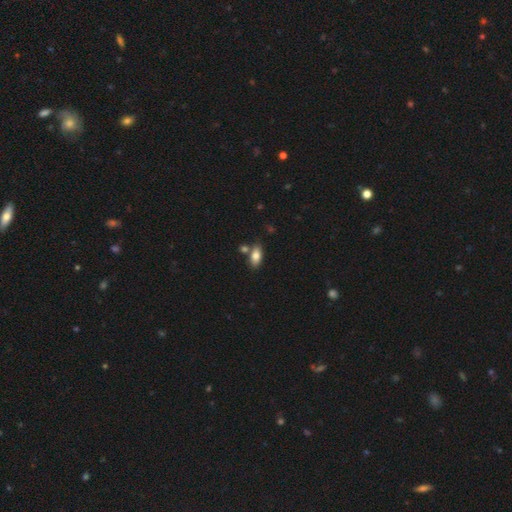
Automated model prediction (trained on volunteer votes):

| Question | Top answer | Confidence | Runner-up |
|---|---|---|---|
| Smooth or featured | smooth | 81% | featured or disk (12%) |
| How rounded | in between | 89% | cigar-shaped (7%) |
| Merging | none | 70% | merger (15%) |